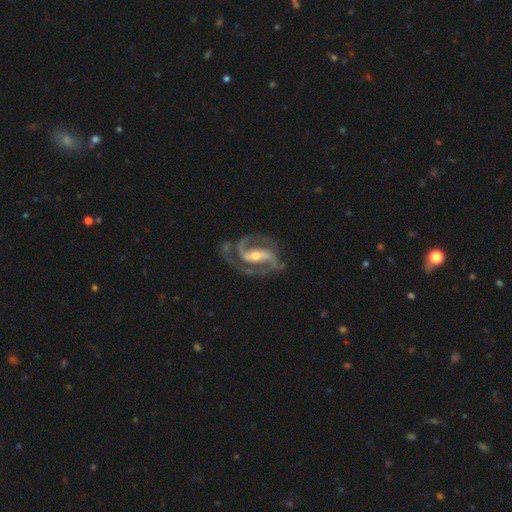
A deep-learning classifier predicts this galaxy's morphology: Smooth or featured? featured or disk (93%)
Edge-on disk? no (97%)
Bar? strong (54%)
Spiral arms? yes (98%)
Spiral winding? medium (59%)
Spiral arm count? 2 (87%)
Bulge size? small (51%)
Merging? none (72%)